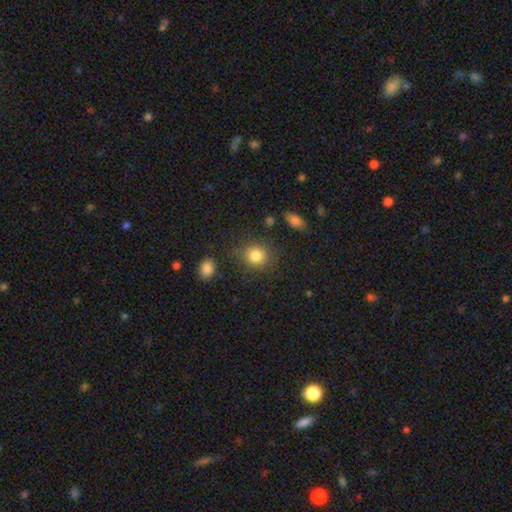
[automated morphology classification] A smooth galaxy with no disk features (83%) that is round (81%).

Vote fractions:
- Smooth or featured? smooth: 83% / star or artifact: 10% / featured or disk: 6%
- How rounded? round: 81% / in between: 18% / cigar-shaped: 1%
- Merging? none: 81% / minor disturbance: 12% / major disturbance: 4% / merger: 3%